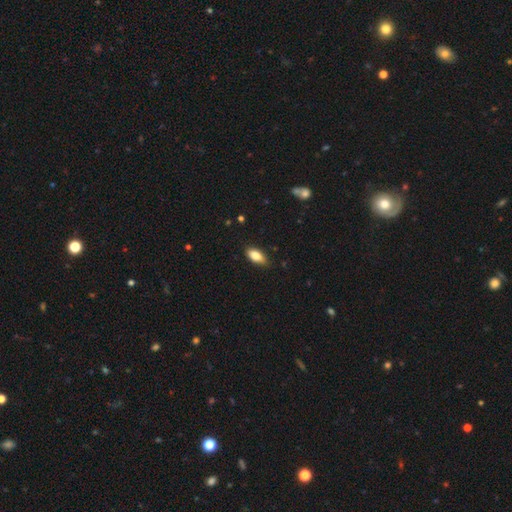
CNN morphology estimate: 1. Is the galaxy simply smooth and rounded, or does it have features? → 84% smooth, 9% featured or disk, 7% star or artifact.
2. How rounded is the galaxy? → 88% in between, 9% cigar-shaped, 3% round.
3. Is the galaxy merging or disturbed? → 80% none, 16% minor disturbance, 3% major disturbance, 1% merger.